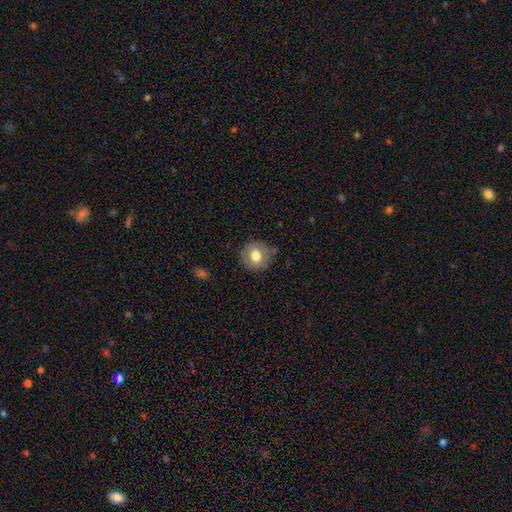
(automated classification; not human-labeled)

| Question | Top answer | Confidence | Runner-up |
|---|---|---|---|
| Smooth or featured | smooth | 71% | featured or disk (21%) |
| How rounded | round | 90% | in between (9%) |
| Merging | none | 82% | minor disturbance (12%) |